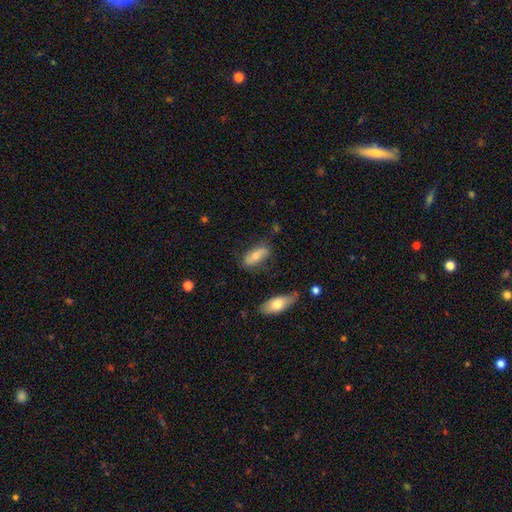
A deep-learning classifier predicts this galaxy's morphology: This appears to be a smooth galaxy with no disk features (53%) that is in between round and cigar-shaped (79%). Merging: none (72%).